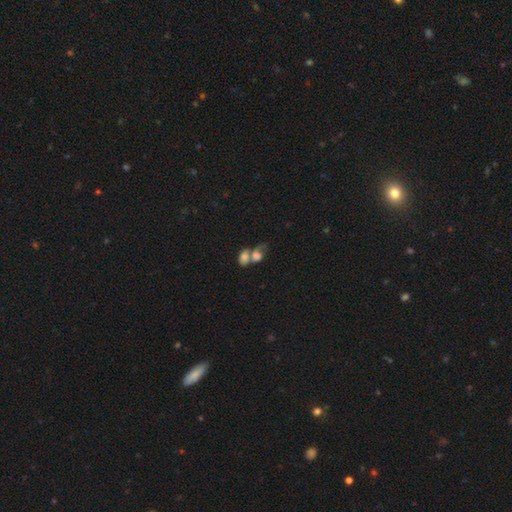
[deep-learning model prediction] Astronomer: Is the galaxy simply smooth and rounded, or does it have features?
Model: smooth — 67%.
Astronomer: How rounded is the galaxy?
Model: in between — 66%.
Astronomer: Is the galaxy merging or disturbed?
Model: merger — 72%.